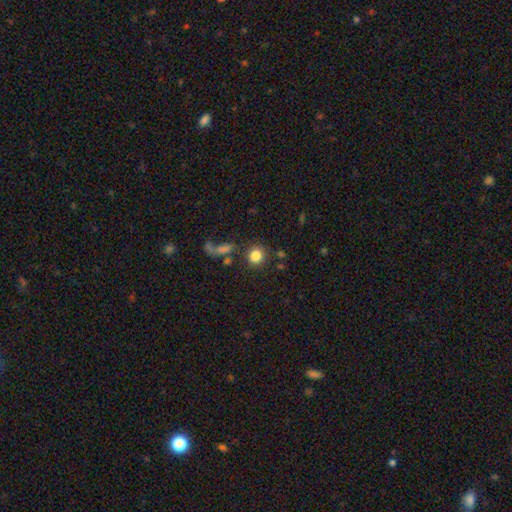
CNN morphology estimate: Smooth or featured? smooth (83%)
How rounded? round (87%)
Merging? none (81%)